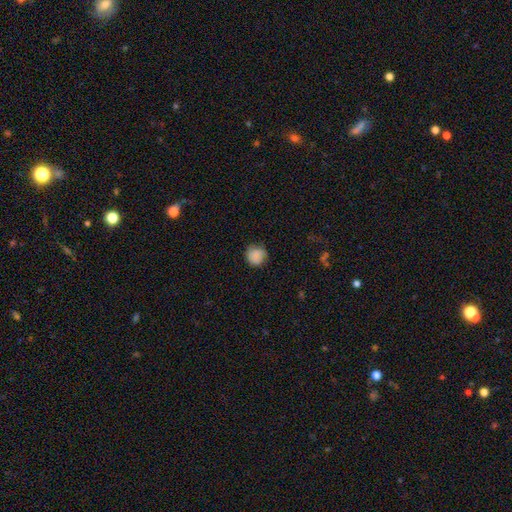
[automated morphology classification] Smooth or featured? Predicted: smooth (p=0.84). How rounded? Predicted: round (p=0.88). Merging? Predicted: none (p=0.74).